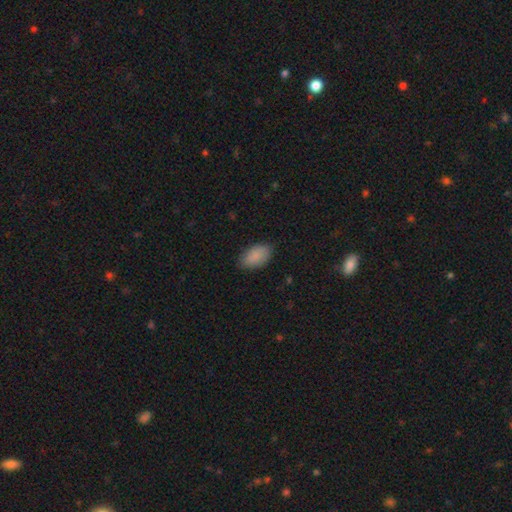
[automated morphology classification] type=smooth (88%); roundness=in between (93%); merging=none (82%).